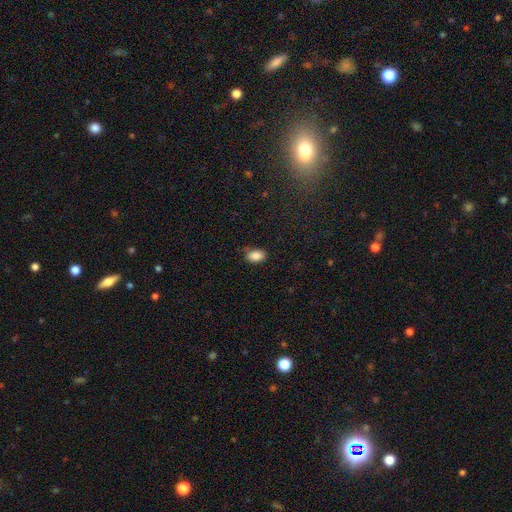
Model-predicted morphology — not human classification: Q: Smooth or featured?
A: smooth (88%); runner-up: star or artifact (8%)
Q: How rounded?
A: in between (90%); runner-up: round (9%)
Q: Merging?
A: none (77%); runner-up: minor disturbance (18%)